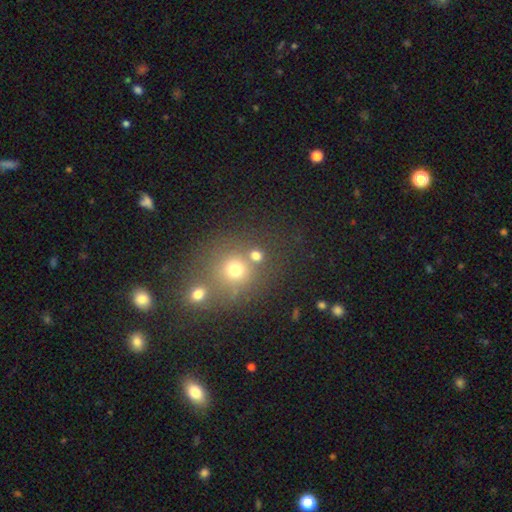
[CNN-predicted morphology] smooth_or_featured: smooth (p=0.71) [alt: star or artifact p=0.20]
how_rounded: round (p=0.89) [alt: in between p=0.10]
merging: none (p=0.64) [alt: merger p=0.25]